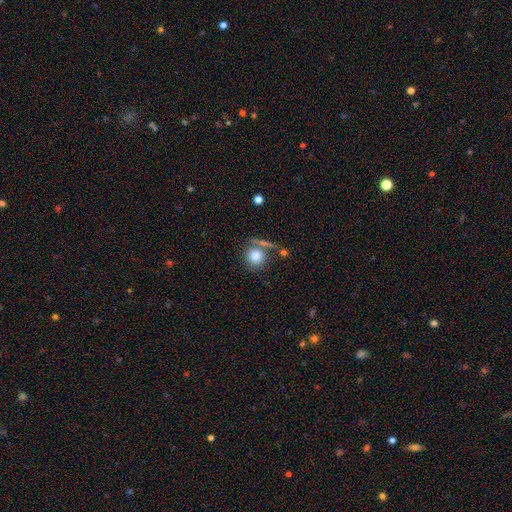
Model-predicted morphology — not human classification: smooth-or-featured: smooth: 80% | featured or disk: 10% | star or artifact: 9%
  how-rounded: round: 88% | in between: 10% | cigar-shaped: 2%
  merging: none: 63% | merger: 18% | minor disturbance: 12% | major disturbance: 7%